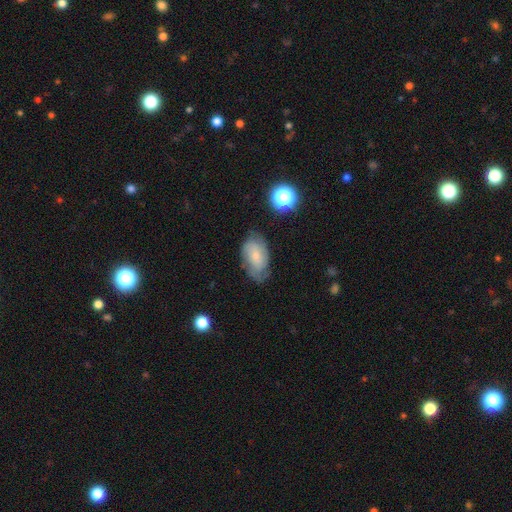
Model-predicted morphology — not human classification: smooth-or-featured: featured or disk: 53% | smooth: 38% | star or artifact: 9%
  disk-edge-on: no: 95% | yes: 5%
    bar: no: 71% | weak: 24% | strong: 5%
    has-spiral-arms: yes: 83% | no: 17%
    bulge-size: small: 68% | moderate: 24% | none: 5% | large: 2% | dominant: 1%
  merging: none: 61% | minor disturbance: 27% | major disturbance: 10% | merger: 2%